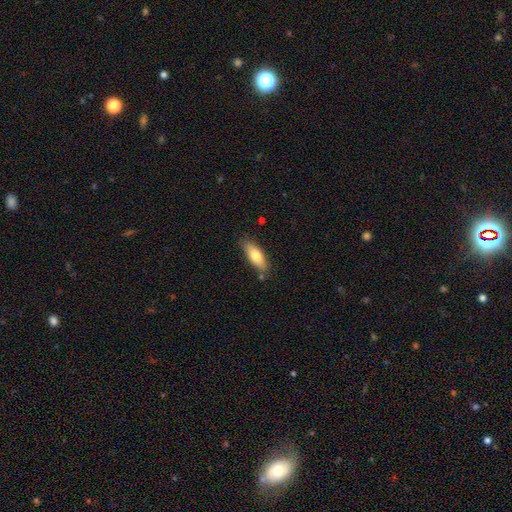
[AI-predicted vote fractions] This is likely a smooth galaxy (75%). How rounded: likely in between (66%). Merging: likely none (79%).